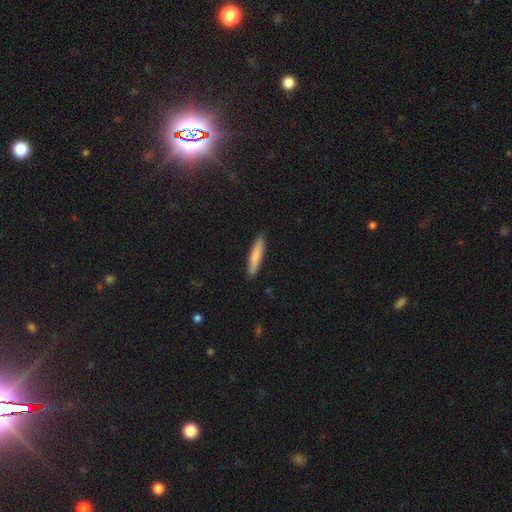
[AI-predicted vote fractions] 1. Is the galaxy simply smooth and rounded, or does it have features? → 80% smooth, 15% featured or disk, 5% star or artifact.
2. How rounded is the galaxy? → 90% cigar-shaped, 9% in between, 1% round.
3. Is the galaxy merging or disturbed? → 90% none, 8% minor disturbance, 1% major disturbance, 1% merger.